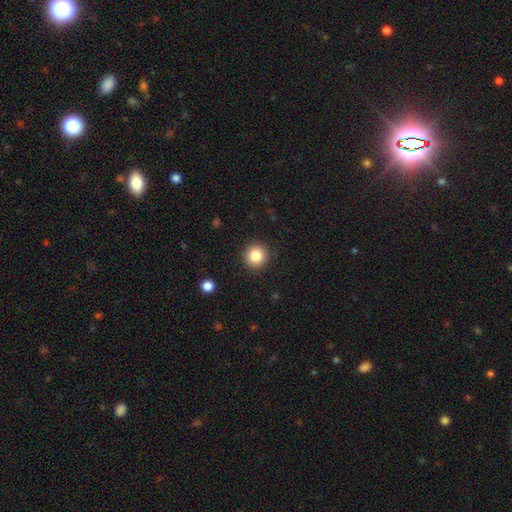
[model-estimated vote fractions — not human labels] Morphology: type=smooth (83%); roundness=round (94%); merging=none (92%).